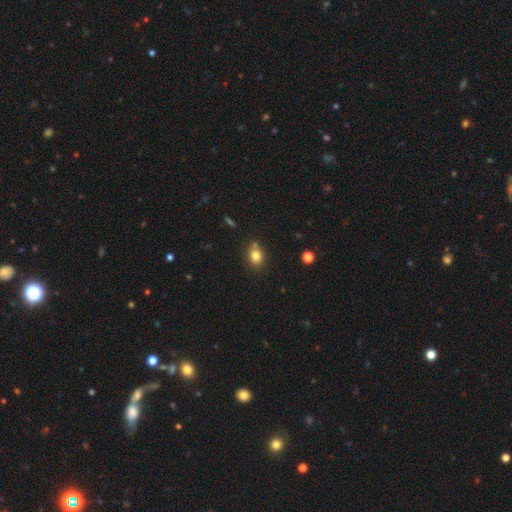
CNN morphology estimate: smooth-or-featured: smooth: 80% | star or artifact: 12% | featured or disk: 8%
  how-rounded: round: 55% | in between: 44% | cigar-shaped: 1%
  merging: none: 71% | minor disturbance: 14% | merger: 11% | major disturbance: 3%